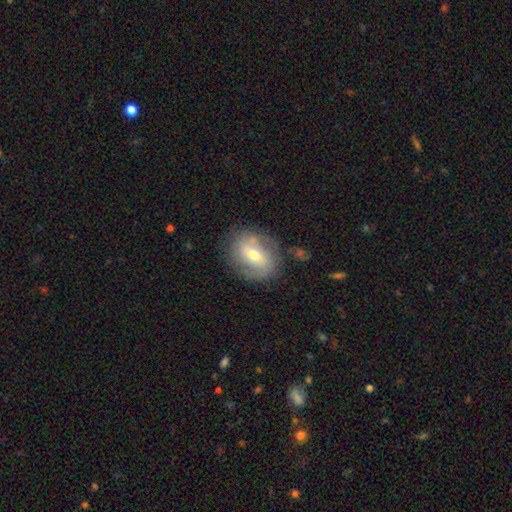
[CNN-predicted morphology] The model was most divided on "bar": weak: 46%, strong: 30%, no: 24%. More confident: edge-on disk — no (93%); merging — none (74%); spiral arms — yes (61%); bulge size — moderate (61%); smooth or featured — featured or disk (54%).